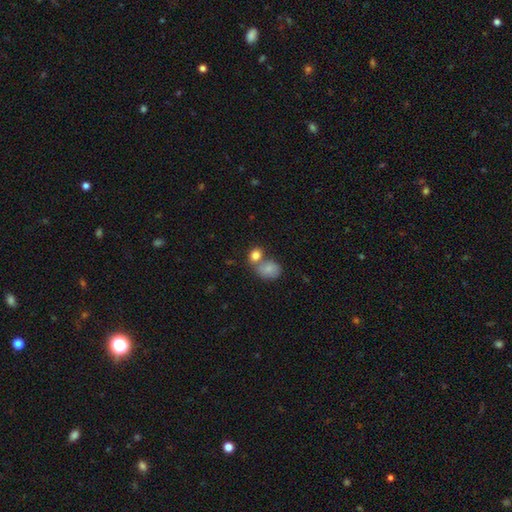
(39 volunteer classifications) Q: Smooth or featured?
A: smooth (82%); runner-up: star or artifact (10%)
Q: How rounded?
A: in between (53%); runner-up: round (47%)
Q: Merging?
A: none (49%); runner-up: merger (37%)